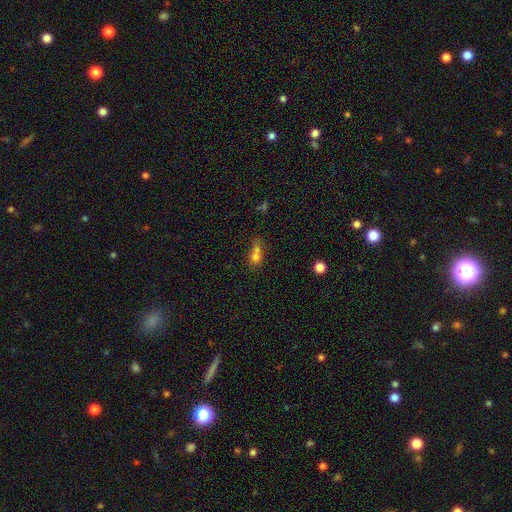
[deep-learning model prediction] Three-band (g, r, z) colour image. It shows a smooth galaxy with no disk features (69%) that is round (62%). Merging: merger (62%).